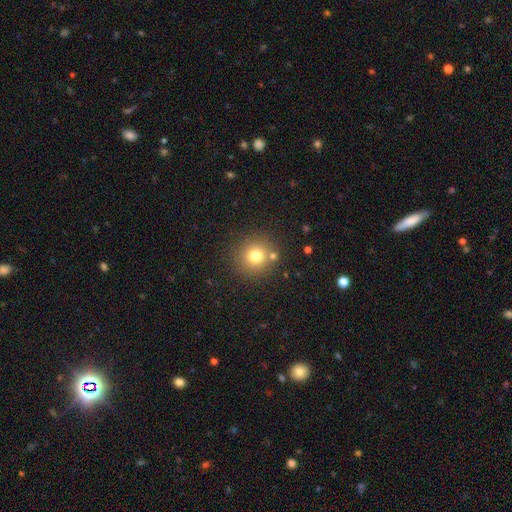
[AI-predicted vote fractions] A smooth galaxy with no disk features (75%) that is round (93%). Merging: none (81%).